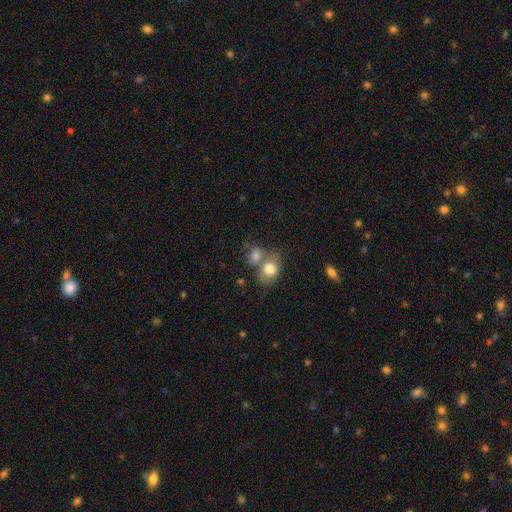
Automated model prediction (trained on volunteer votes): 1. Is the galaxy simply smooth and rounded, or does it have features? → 78% smooth, 13% featured or disk, 9% star or artifact.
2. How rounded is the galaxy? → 61% in between, 37% round, 2% cigar-shaped.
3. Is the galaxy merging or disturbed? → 55% merger, 29% none, 11% minor disturbance, 5% major disturbance.